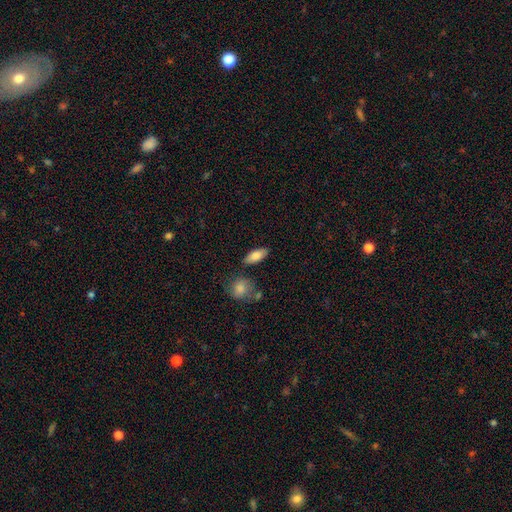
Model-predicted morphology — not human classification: This is clearly a smooth galaxy (81%). How rounded: clearly in between (82%). Merging: clearly none (82%).